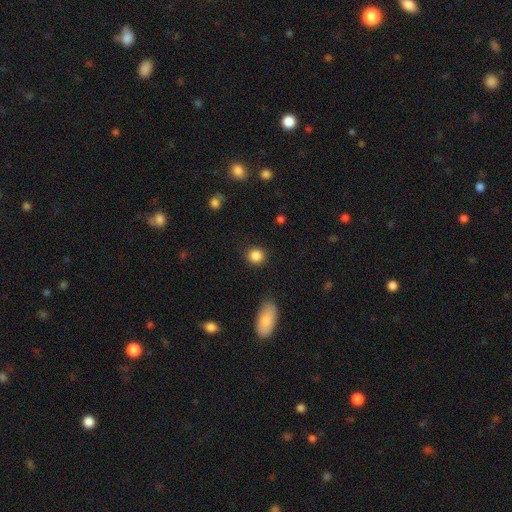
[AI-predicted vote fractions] smooth-or-featured: smooth: 86% | star or artifact: 10% | featured or disk: 4%
  how-rounded: round: 89% | in between: 10% | cigar-shaped: 1%
  merging: none: 89% | minor disturbance: 7% | major disturbance: 3% | merger: 2%